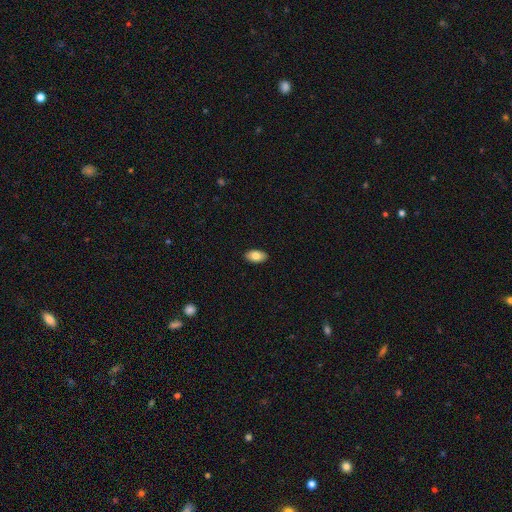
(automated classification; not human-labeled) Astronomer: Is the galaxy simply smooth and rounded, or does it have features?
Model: smooth — 81%.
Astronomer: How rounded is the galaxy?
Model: in between — 94%.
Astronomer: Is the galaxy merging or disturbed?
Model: none — 90%.